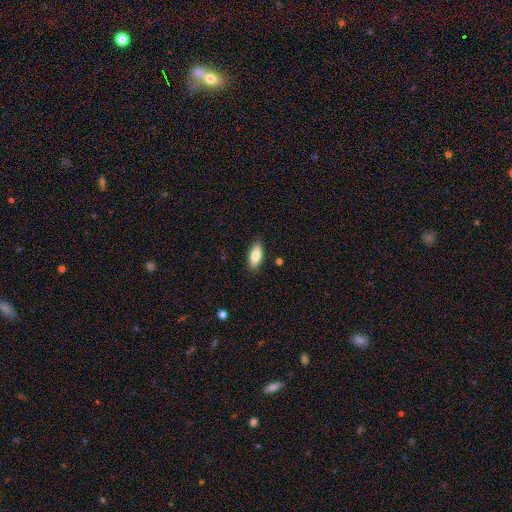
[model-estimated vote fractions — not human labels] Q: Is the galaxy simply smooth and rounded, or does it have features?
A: smooth — 80%.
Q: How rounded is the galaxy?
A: in between — 81%.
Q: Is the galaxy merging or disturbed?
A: none — 87%.